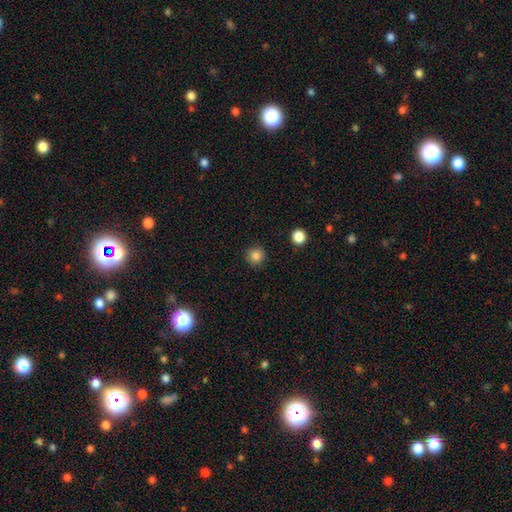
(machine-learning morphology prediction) Overall: smooth (84%). How rounded: round (95%). Merging: none (91%).